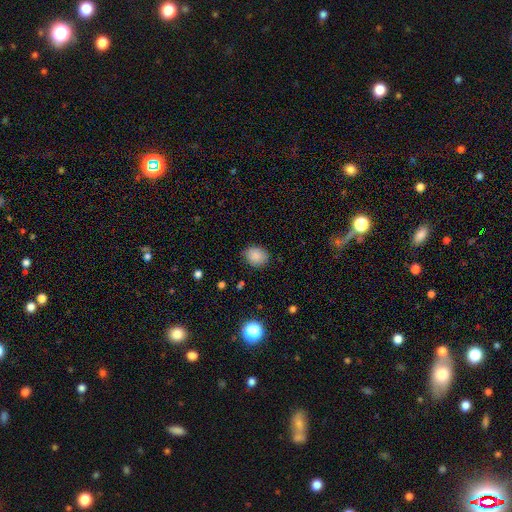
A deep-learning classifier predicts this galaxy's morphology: type=smooth (85%); roundness=round (65%); merging=none (79%).